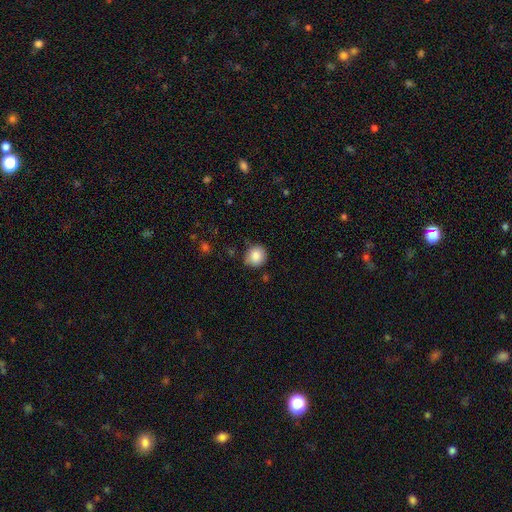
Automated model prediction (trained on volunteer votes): The model was most divided on "merging": none: 77%, minor disturbance: 17%, major disturbance: 3%, merger: 2%. More confident: smooth or featured — smooth (86%); how rounded — round (84%).